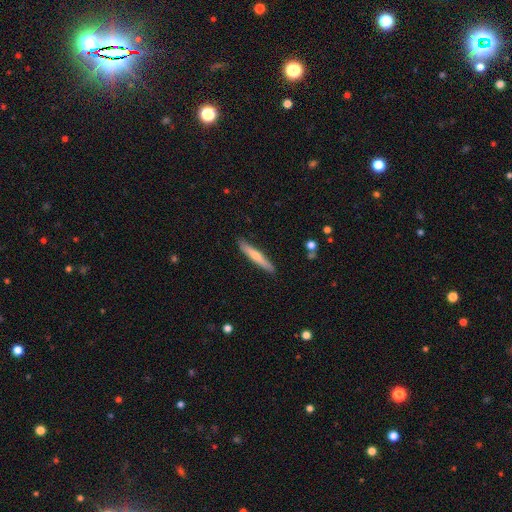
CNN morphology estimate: Smooth or featured?
  - smooth: 57% *
  - featured or disk: 37%
  - star or artifact: 6%
How rounded?
  - cigar-shaped: 93% *
  - in between: 6%
  - round: 1%
Merging?
  - none: 89% *
  - minor disturbance: 8%
  - major disturbance: 2%
  - merger: 1%